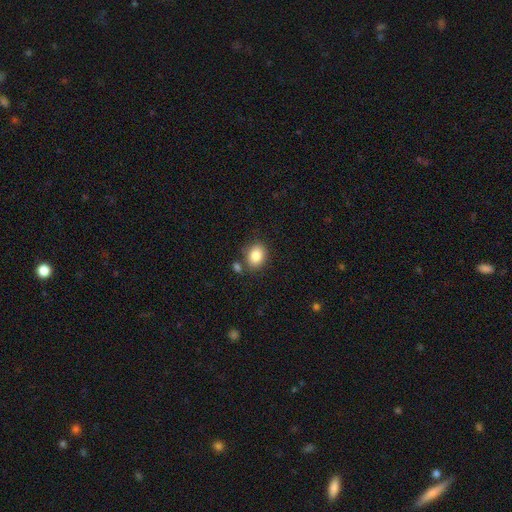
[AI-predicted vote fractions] Overall: smooth (85%). How rounded: in between (55%; round 44%). Merging: none (76%).